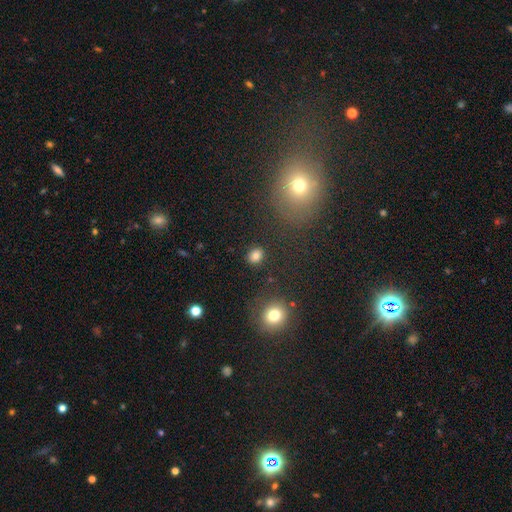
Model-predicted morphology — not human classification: smooth 82%, star or artifact 12%, featured or disk 6%. Down the decision tree: how rounded — round (63%); merging — none (87%).